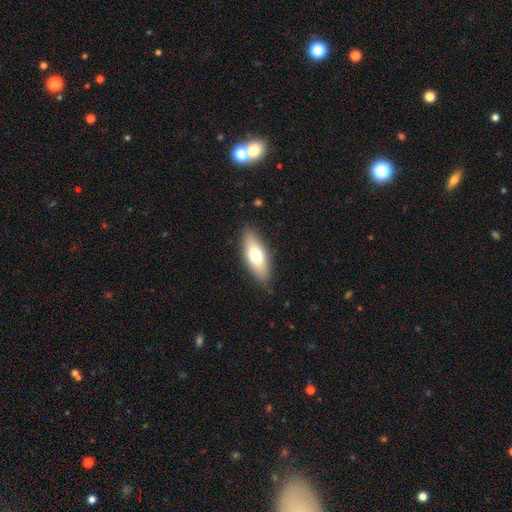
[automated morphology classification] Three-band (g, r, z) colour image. It shows a smooth galaxy with no disk features (67%) that is in between round and cigar-shaped (69%). Merging: none (86%).